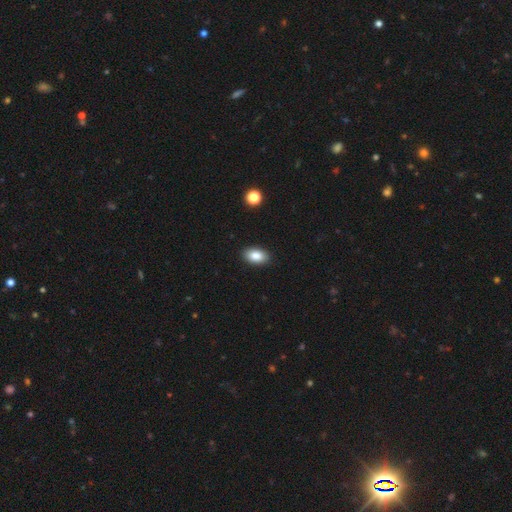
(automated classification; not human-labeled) The model was most divided on "smooth or featured": smooth: 86%, star or artifact: 8%, featured or disk: 6%. More confident: how rounded — in between (91%); merging — none (90%).